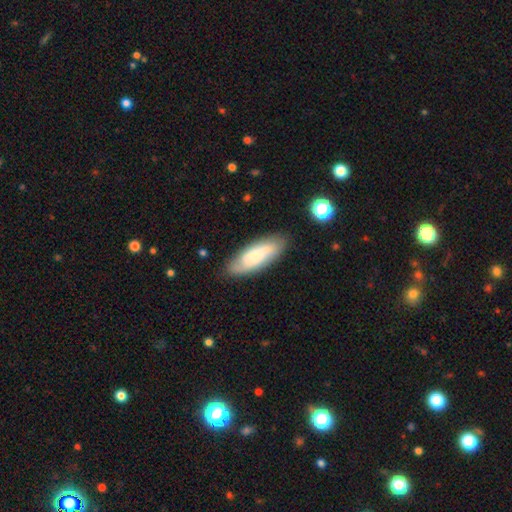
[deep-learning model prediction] Smooth or featured? Predicted: smooth (p=0.64). How rounded? Predicted: in between (p=0.70). Merging? Predicted: none (p=0.80).